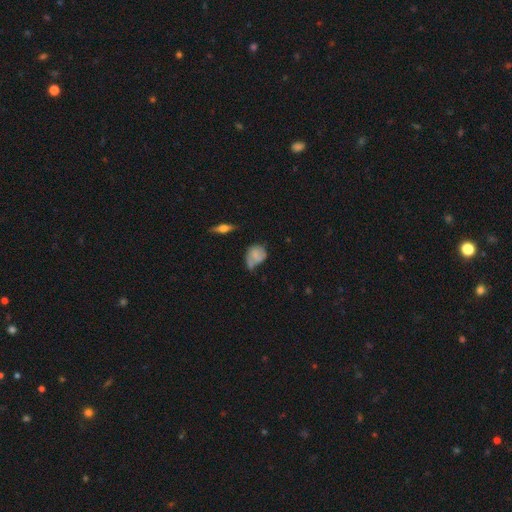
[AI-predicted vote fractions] Smooth or featured? smooth (55%)
How rounded? in between (54%)
Merging? minor disturbance (37%)